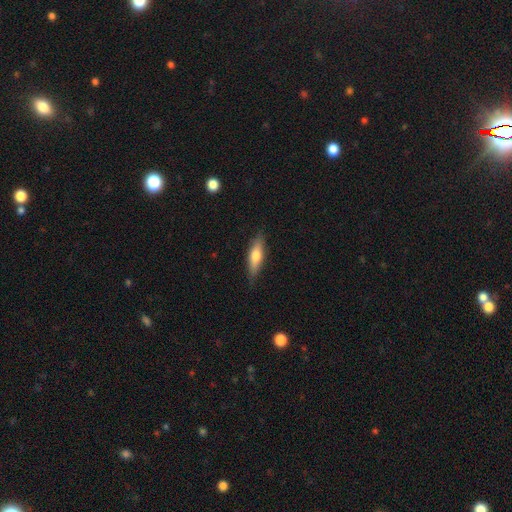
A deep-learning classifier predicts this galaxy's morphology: This appears to be a smooth galaxy with no disk features (62%) that is cigar-shaped (57%). Merging: none (82%).